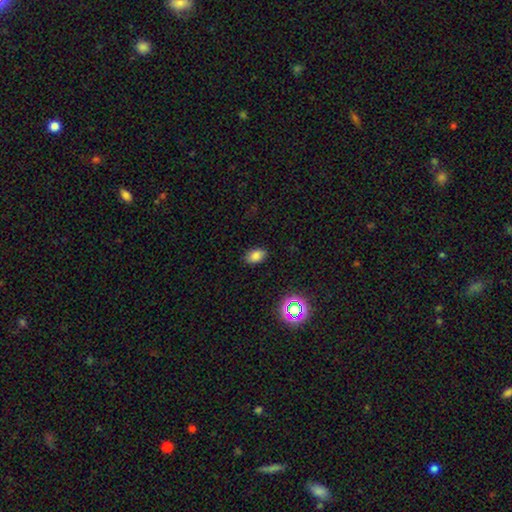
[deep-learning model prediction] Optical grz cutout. It shows a smooth galaxy with no disk features (79%) that is in between round and cigar-shaped (88%). Merging: none (85%).